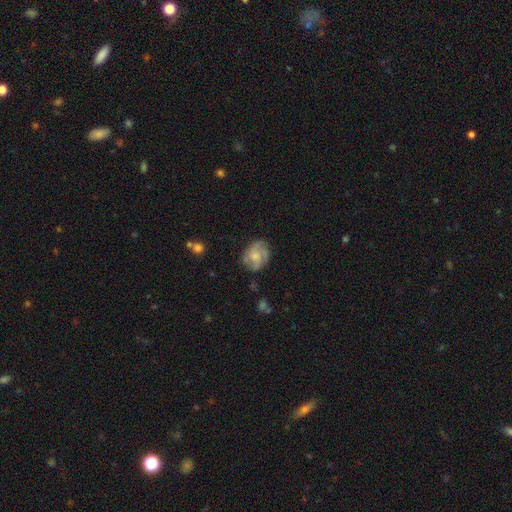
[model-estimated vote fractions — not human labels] Smooth or featured? Predicted: featured or disk (p=0.61). Edge-on disk? Predicted: no (p=0.98). Bar? Predicted: no (p=0.70). Spiral arms? Predicted: yes (p=0.85). Spiral winding? Predicted: medium (p=0.45). Spiral arm count? Predicted: 3 (p=0.34). Bulge size? Predicted: moderate (p=0.39). Merging? Predicted: none (p=0.67).